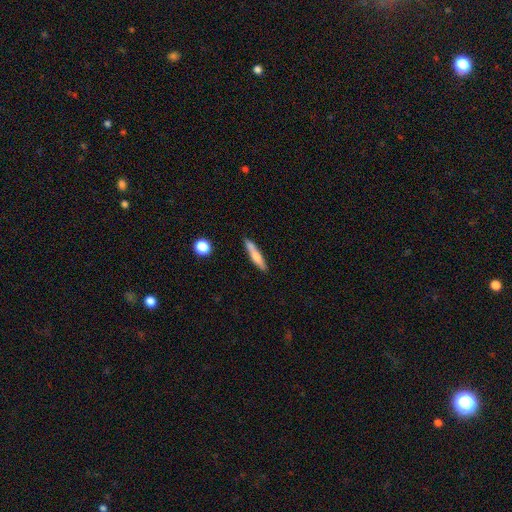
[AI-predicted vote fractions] The model was most divided on "smooth or featured": smooth: 64%, featured or disk: 30%, star or artifact: 6%. More confident: how rounded — cigar-shaped (89%); merging — none (80%).